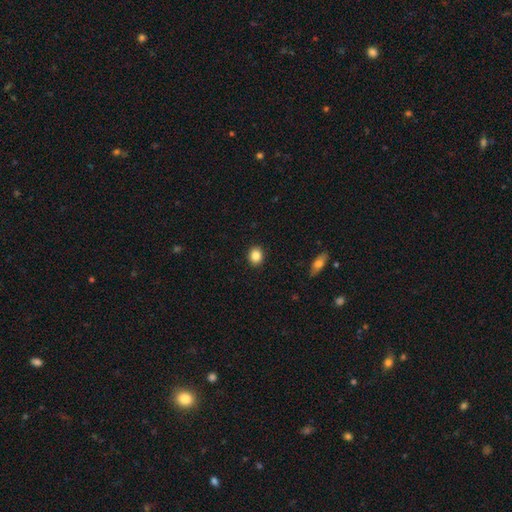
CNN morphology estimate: Smooth or featured?
  - smooth: 85% *
  - star or artifact: 10%
  - featured or disk: 5%
How rounded?
  - round: 68% *
  - in between: 31%
  - cigar-shaped: 1%
Merging?
  - none: 91% *
  - minor disturbance: 6%
  - major disturbance: 2%
  - merger: 1%